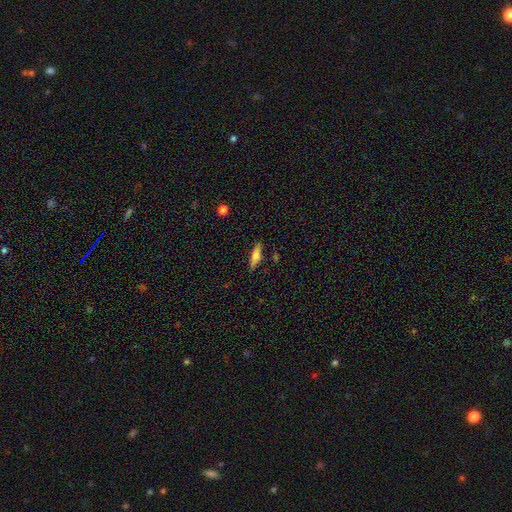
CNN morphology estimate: A smooth galaxy with no disk features (52%) that is cigar-shaped (65%). Merging: none (85%).